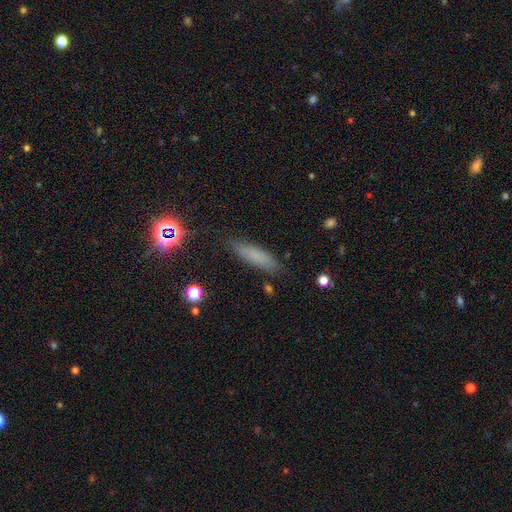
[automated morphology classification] This appears to be a smooth galaxy with no disk features (74%) that is cigar-shaped (68%). Merging: none (81%).